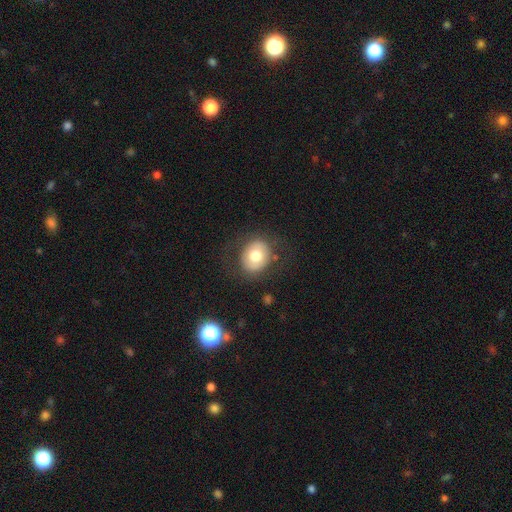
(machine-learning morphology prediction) type=smooth (69%); roundness=round (68%); merging=none (78%).